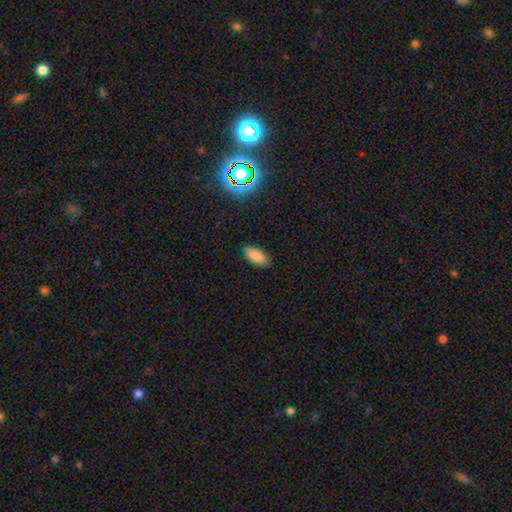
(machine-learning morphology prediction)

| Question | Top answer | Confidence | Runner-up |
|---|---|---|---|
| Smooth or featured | smooth | 83% | star or artifact (10%) |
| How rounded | in between | 89% | cigar-shaped (8%) |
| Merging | none | 84% | minor disturbance (13%) |